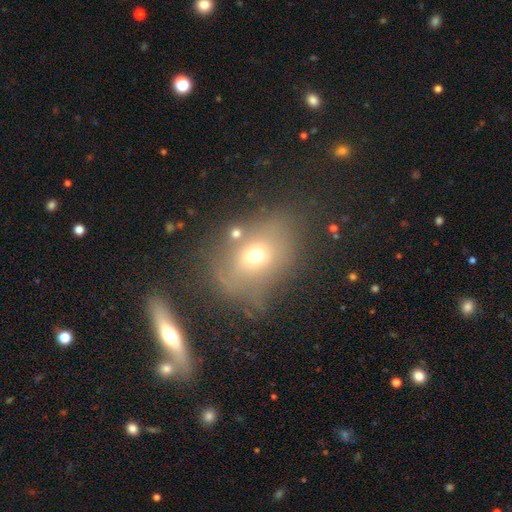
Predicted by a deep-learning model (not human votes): Morphology: type=smooth (59%); roundness=in between (56%); merging=none (56%).